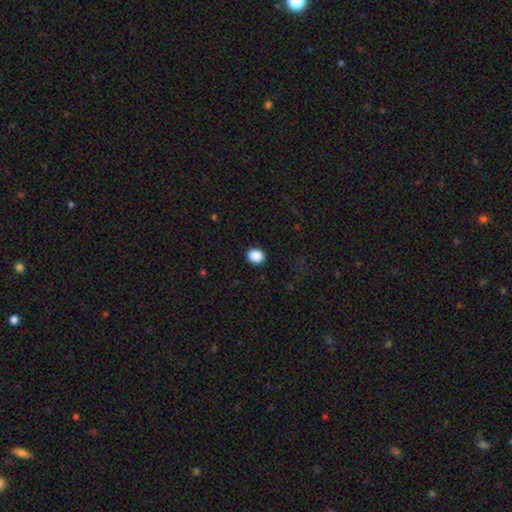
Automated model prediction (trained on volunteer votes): smooth-or-featured: smooth: 89% | star or artifact: 9% | featured or disk: 2%
  how-rounded: round: 69% | in between: 30% | cigar-shaped: 1%
  merging: none: 91% | minor disturbance: 6% | major disturbance: 2% | merger: 1%